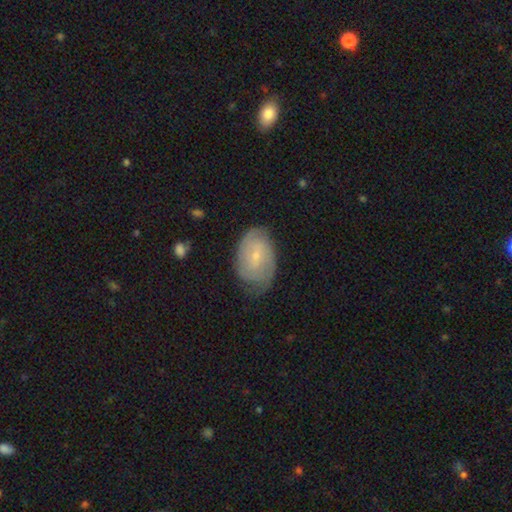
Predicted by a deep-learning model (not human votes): featured or disk 62%, smooth 31%, star or artifact 6%. Down the decision tree: edge-on disk — no (96%); bar — weak (48%); spiral arms — yes (85%); spiral arm count — 2 (43%); spiral winding — tight (54%); bulge size — small (74%); merging — none (63%).